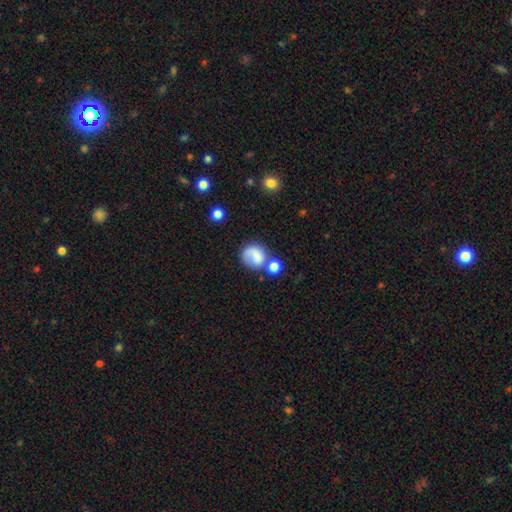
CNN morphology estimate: This is likely a smooth galaxy (71%). How rounded: likely round (71%). Merging: possibly none (45%).